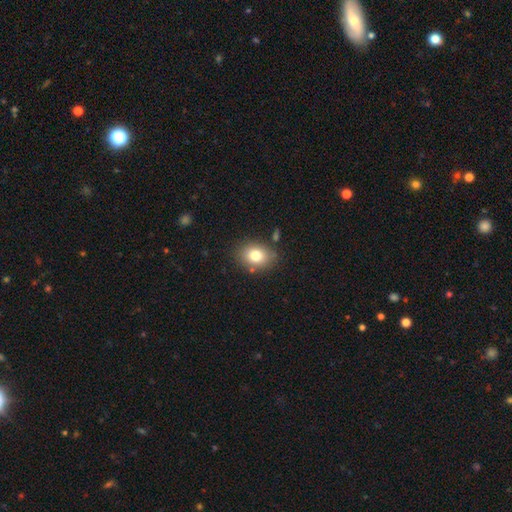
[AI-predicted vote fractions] Morphology: type=smooth (78%); roundness=in between (59%); merging=none (80%).